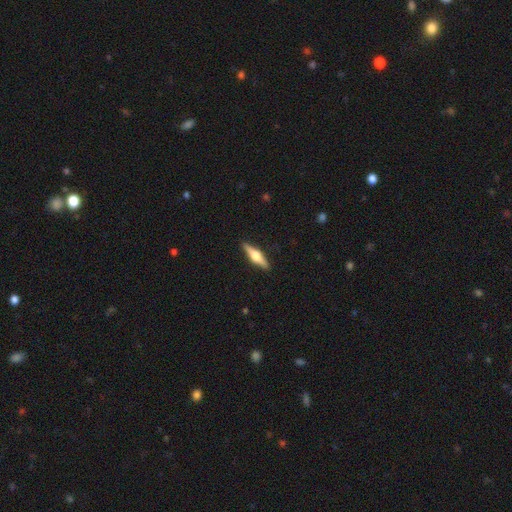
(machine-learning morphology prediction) smooth_or_featured: featured or disk (p=0.67) [alt: smooth p=0.28]
disk_edge_on: yes (p=0.97) [alt: no p=0.03]
edge_on_bulge: rounded (p=0.94) [alt: boxy p=0.04]
merging: none (p=0.91) [alt: minor disturbance p=0.07]